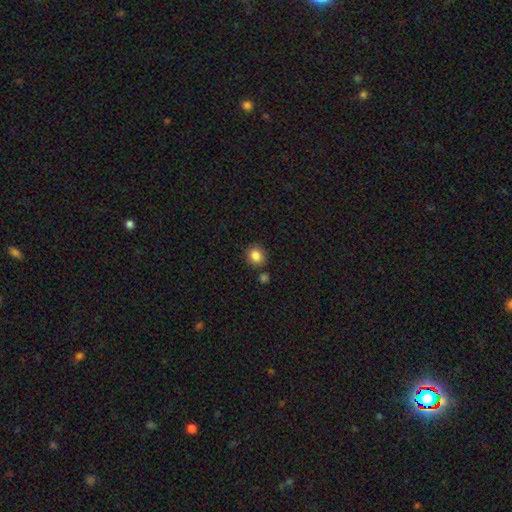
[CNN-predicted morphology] The model was most divided on "how rounded": round: 79%, in between: 20%, cigar-shaped: 1%. More confident: smooth or featured — smooth (85%); merging — none (82%).